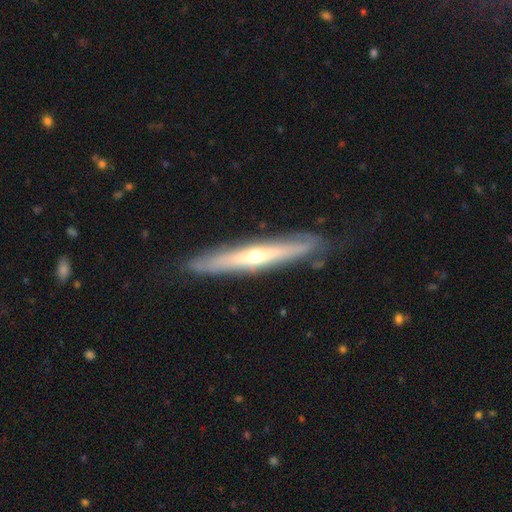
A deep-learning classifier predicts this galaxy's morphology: Smooth or featured? featured or disk (71%)
Edge-on disk? yes (83%)
Edge-on bulge? rounded (80%)
Merging? none (83%)